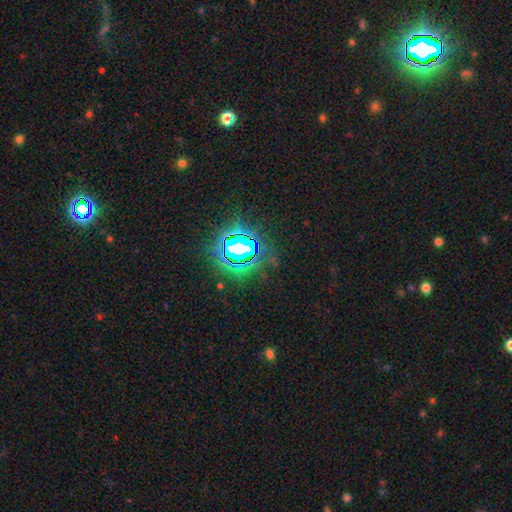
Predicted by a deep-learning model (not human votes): Smooth or featured: star or artifact — 83% (smooth — 10%)